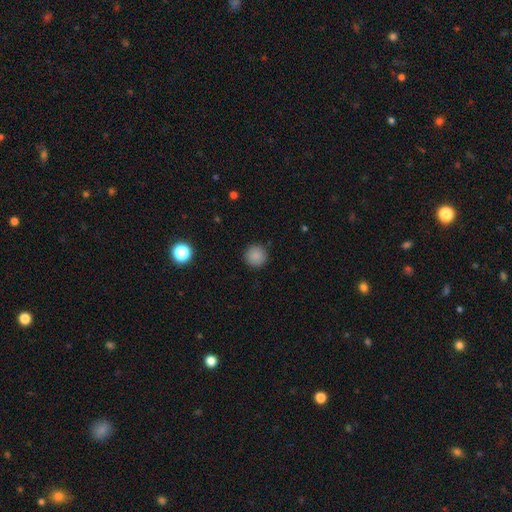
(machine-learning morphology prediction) The model was most divided on "smooth or featured": smooth: 86%, star or artifact: 10%, featured or disk: 4%. More confident: how rounded — round (96%); merging — none (92%).